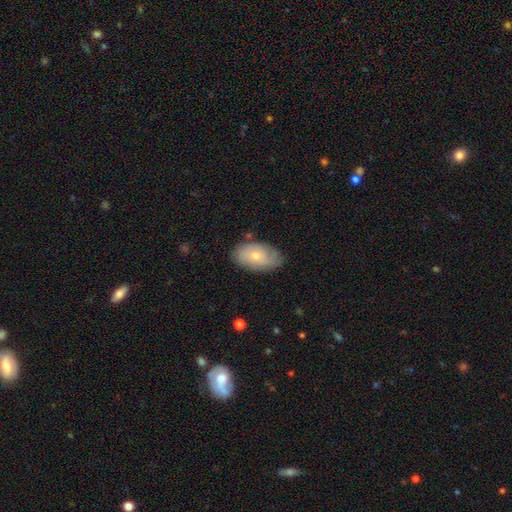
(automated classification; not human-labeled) smooth_or_featured: smooth (p=0.63) [alt: featured or disk p=0.30]
how_rounded: in between (p=0.93) [alt: round p=0.05]
merging: none (p=0.75) [alt: minor disturbance p=0.19]